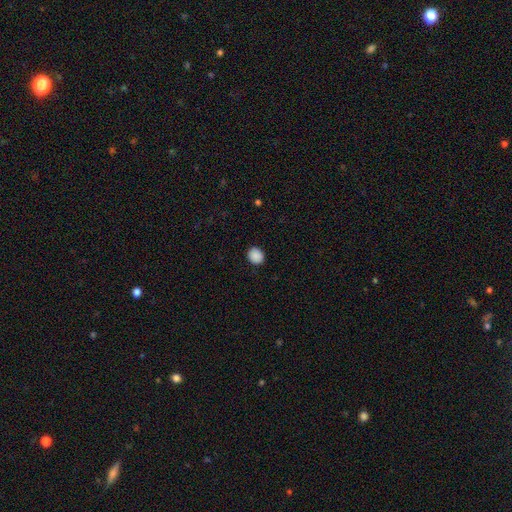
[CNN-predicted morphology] Overall: smooth (89%). How rounded: round (75%). Merging: none (90%).